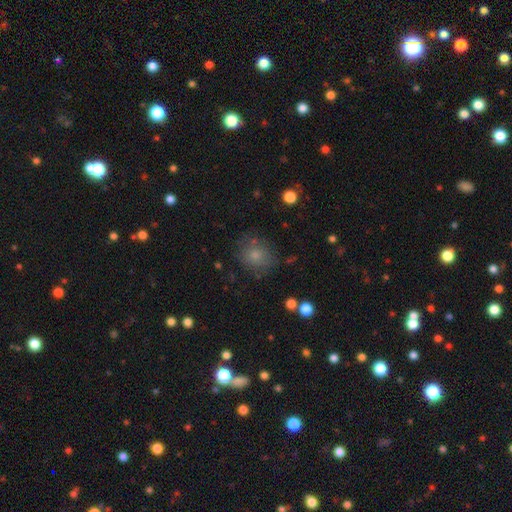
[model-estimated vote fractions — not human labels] This is likely a smooth galaxy (76%). How rounded: likely round (74%). Merging: likely none (72%).